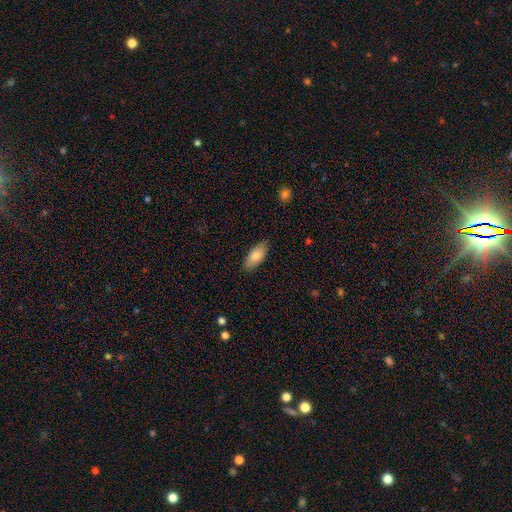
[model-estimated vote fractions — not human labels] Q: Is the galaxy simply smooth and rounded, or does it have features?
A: smooth — 83%.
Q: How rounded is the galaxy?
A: in between — 86%.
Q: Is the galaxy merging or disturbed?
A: none — 86%.